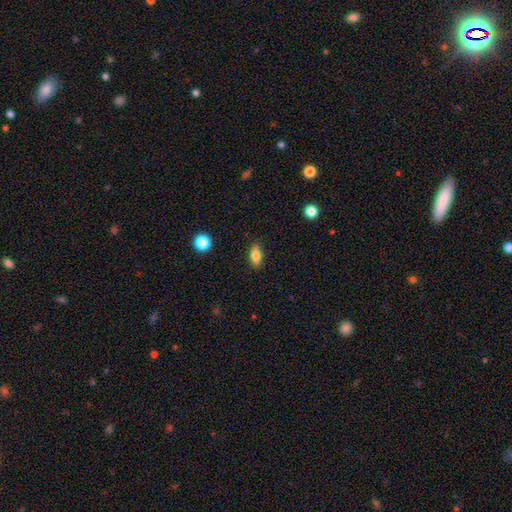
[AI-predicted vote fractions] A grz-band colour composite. It shows a smooth galaxy with no disk features (78%) that is in between round and cigar-shaped (82%). Merging: none (86%).